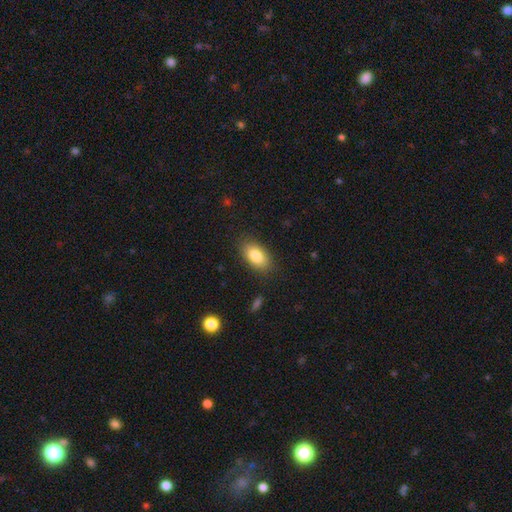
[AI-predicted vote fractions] smooth-or-featured: smooth: 83% | featured or disk: 9% | star or artifact: 7%
  how-rounded: in between: 91% | round: 6% | cigar-shaped: 3%
  merging: none: 85% | minor disturbance: 11% | major disturbance: 3% | merger: 1%